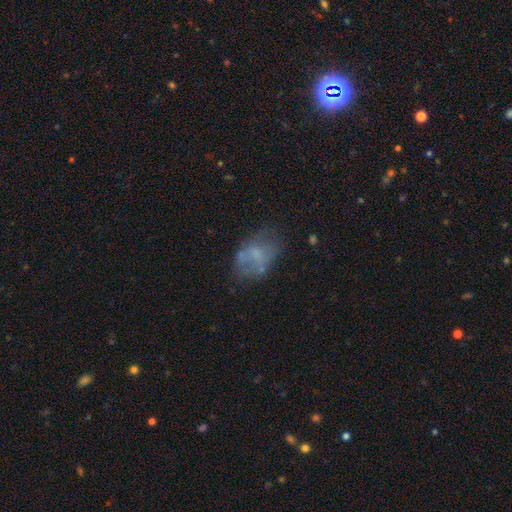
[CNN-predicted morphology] type=smooth (50%); merging=none (44%).